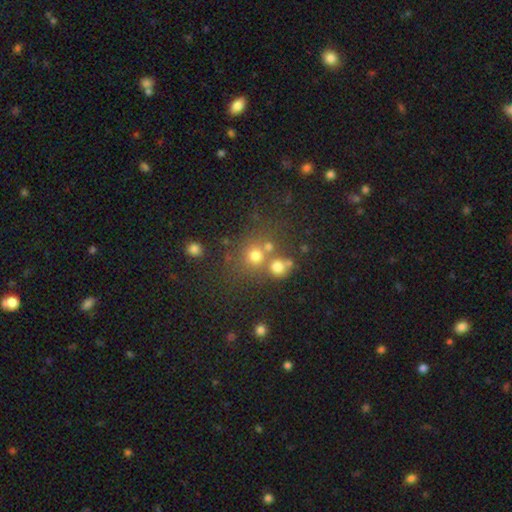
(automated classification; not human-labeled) A smooth galaxy with no disk features (70%) that is round (85%). Merging: none (59%).